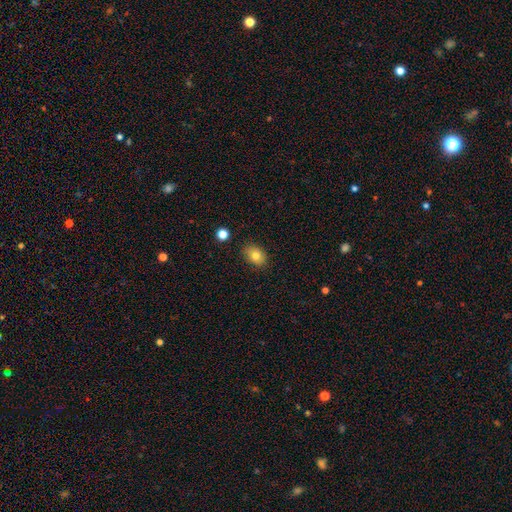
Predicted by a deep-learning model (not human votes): smooth-or-featured: smooth: 80% | featured or disk: 11% | star or artifact: 9%
  how-rounded: in between: 72% | round: 26% | cigar-shaped: 1%
  merging: none: 86% | minor disturbance: 10% | major disturbance: 2% | merger: 2%